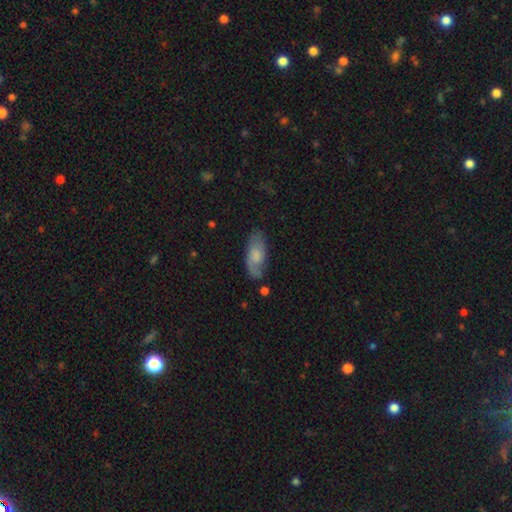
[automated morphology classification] smooth_or_featured: smooth (p=0.61) [alt: featured or disk p=0.32]
how_rounded: in between (p=0.85) [alt: cigar-shaped p=0.13]
merging: none (p=0.67) [alt: minor disturbance p=0.22]